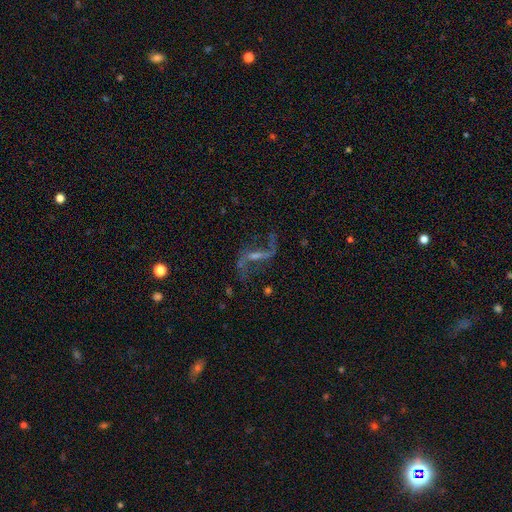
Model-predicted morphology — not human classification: Smooth or featured?
  - featured or disk: 83% *
  - star or artifact: 10%
  - smooth: 6%
Edge-on disk?
  - no: 92% *
  - yes: 8%
Bar?
  - weak: 41% *
  - strong: 39%
  - no: 20%
Spiral arms?
  - yes: 92% *
  - no: 8%
Spiral winding?
  - loose: 89% *
  - medium: 9%
  - tight: 2%
Spiral arm count?
  - 2: 91% *
  - 1: 4%
  - can't tell: 2%
  - 3: 1%
  - 4: 1%
  - more than 4: 1%
Bulge size?
  - small: 48% *
  - none: 27%
  - moderate: 21%
  - large: 2%
  - dominant: 1%
Merging?
  - none: 64% *
  - major disturbance: 17%
  - minor disturbance: 15%
  - merger: 4%